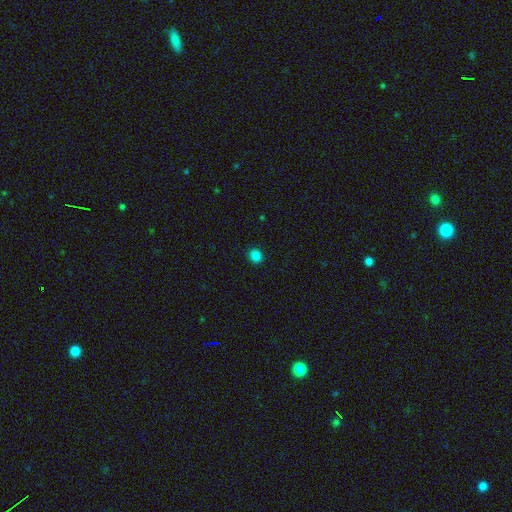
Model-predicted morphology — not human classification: Smooth or featured: smooth — 84% (star or artifact — 13%)
How rounded: round — 81% (in between — 18%)
Merging: none — 91% (minor disturbance — 6%)